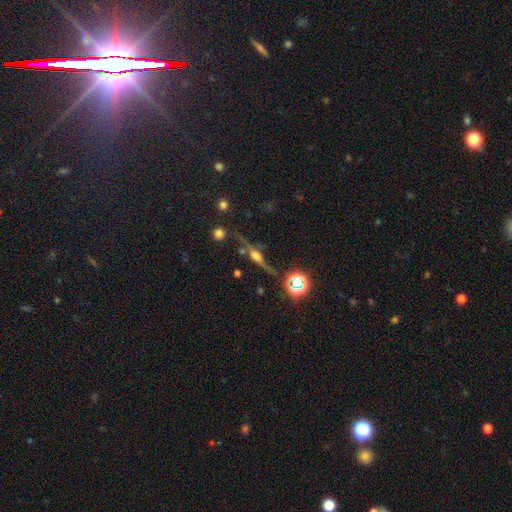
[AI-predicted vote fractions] smooth_or_featured: featured or disk (p=0.69) [alt: smooth p=0.16]
disk_edge_on: yes (p=0.82) [alt: no p=0.18]
edge_on_bulge: rounded (p=0.85) [alt: boxy p=0.11]
merging: none (p=0.67) [alt: minor disturbance p=0.17]